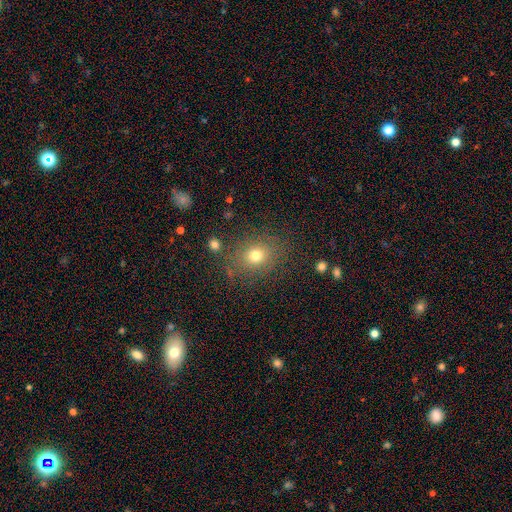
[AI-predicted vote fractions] Smooth or featured: smooth — 73% (star or artifact — 16%)
How rounded: round — 66% (in between — 32%)
Merging: none — 80% (minor disturbance — 12%)